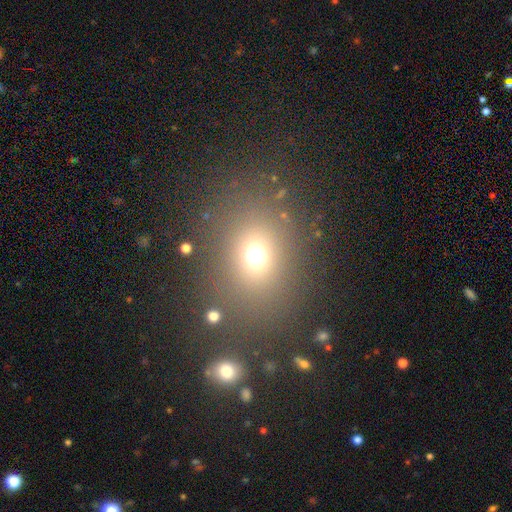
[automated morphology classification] type=smooth (68%); roundness=round (57%); merging=none (81%).